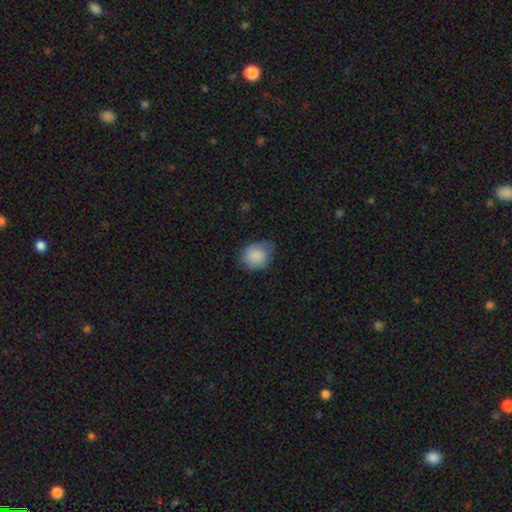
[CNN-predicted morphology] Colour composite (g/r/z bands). It shows a smooth galaxy with no disk features (87%) that is round (61%). Merging: none (61%).